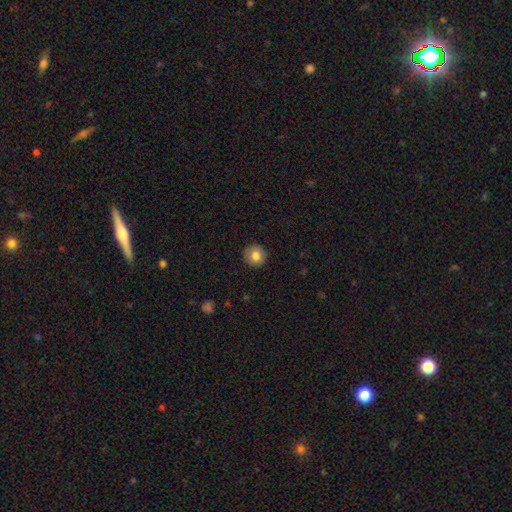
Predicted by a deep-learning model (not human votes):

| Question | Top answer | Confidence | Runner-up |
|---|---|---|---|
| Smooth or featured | smooth | 80% | featured or disk (12%) |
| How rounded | round | 92% | in between (7%) |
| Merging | none | 90% | minor disturbance (7%) |